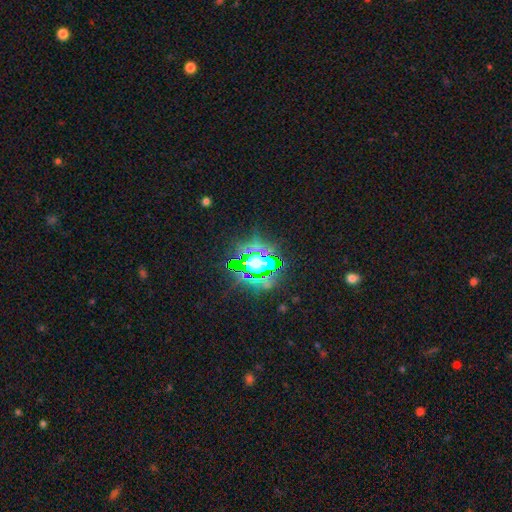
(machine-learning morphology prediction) A star or artifact, not a galaxy (74%).

Vote fractions:
- Smooth or featured? star or artifact: 74% / smooth: 14% / featured or disk: 12%